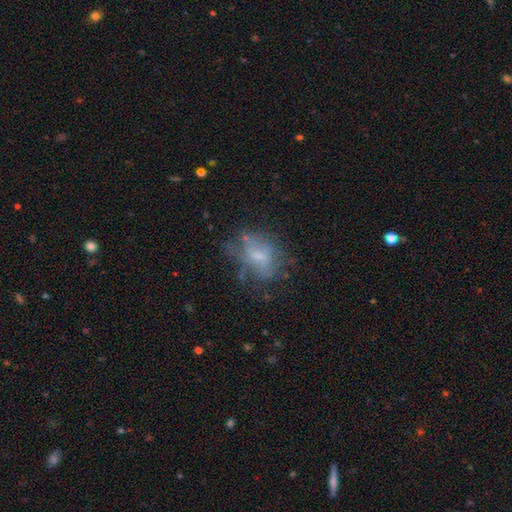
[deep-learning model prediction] Morphology: type=smooth (45%); merging=none (52%).